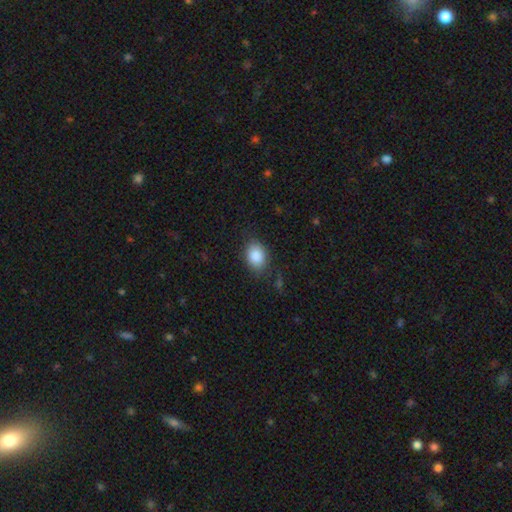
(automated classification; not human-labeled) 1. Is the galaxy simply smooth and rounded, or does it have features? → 87% smooth, 8% star or artifact, 5% featured or disk.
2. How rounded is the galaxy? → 67% in between, 31% round, 1% cigar-shaped.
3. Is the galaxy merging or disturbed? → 79% none, 15% minor disturbance, 5% major disturbance, 2% merger.